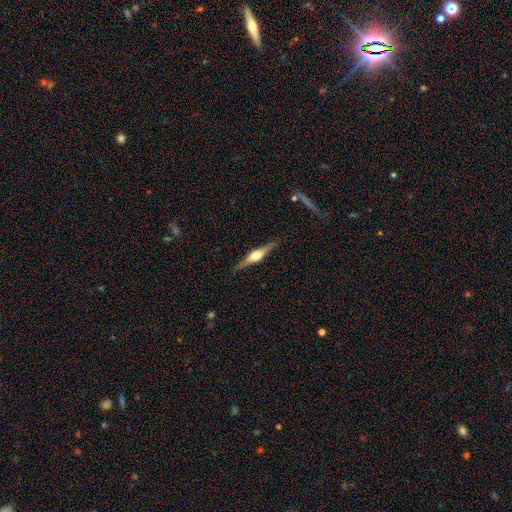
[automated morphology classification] featured or disk 74%, smooth 20%, star or artifact 5%. Down the decision tree: edge-on disk — yes (97%); edge-on bulge — rounded (92%); merging — none (87%).